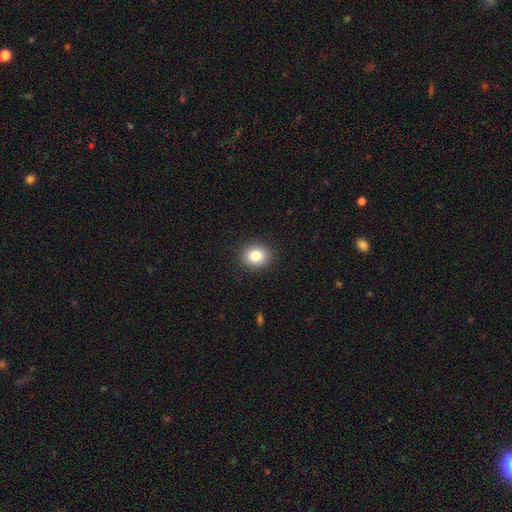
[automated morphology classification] A smooth galaxy with no disk features (84%) that is round (68%).

Vote fractions:
- Smooth or featured? smooth: 84% / star or artifact: 10% / featured or disk: 6%
- How rounded? round: 68% / in between: 31% / cigar-shaped: 1%
- Merging? none: 91% / minor disturbance: 6% / major disturbance: 2% / merger: 1%